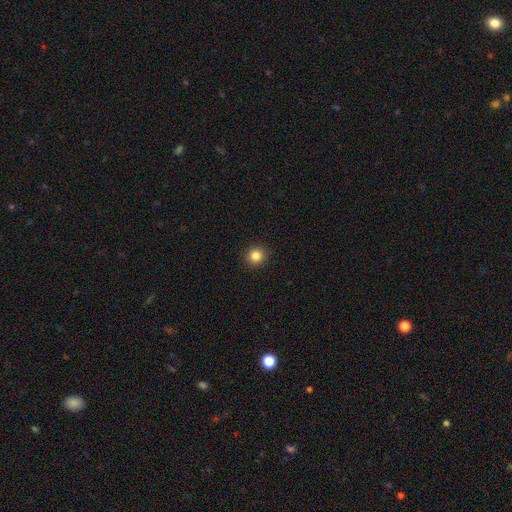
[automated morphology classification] Smooth or featured? smooth (84%)
How rounded? round (93%)
Merging? none (92%)